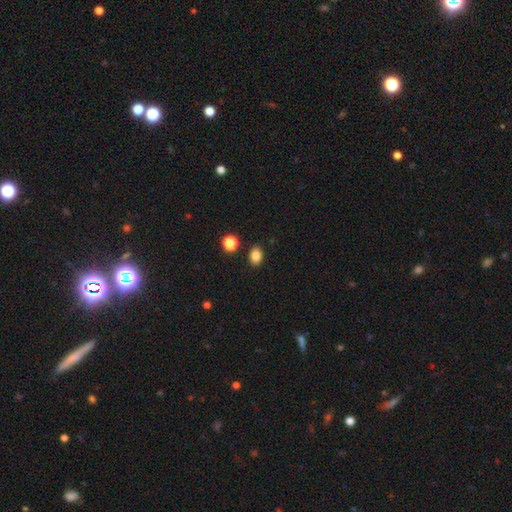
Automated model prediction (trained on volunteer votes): Smooth or featured?
  - smooth: 84% *
  - star or artifact: 11%
  - featured or disk: 4%
How rounded?
  - in between: 68% *
  - round: 31%
  - cigar-shaped: 1%
Merging?
  - none: 86% *
  - minor disturbance: 8%
  - merger: 4%
  - major disturbance: 2%